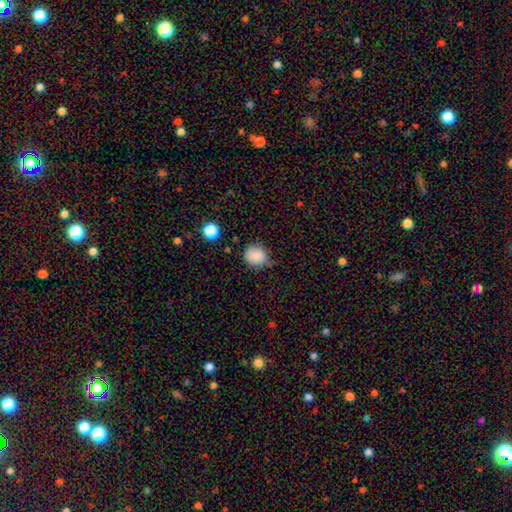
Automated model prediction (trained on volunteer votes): Smooth or featured?
  - smooth: 85% *
  - star or artifact: 9%
  - featured or disk: 5%
How rounded?
  - round: 83% *
  - in between: 17%
  - cigar-shaped: 1%
Merging?
  - none: 71% *
  - minor disturbance: 22%
  - major disturbance: 5%
  - merger: 3%